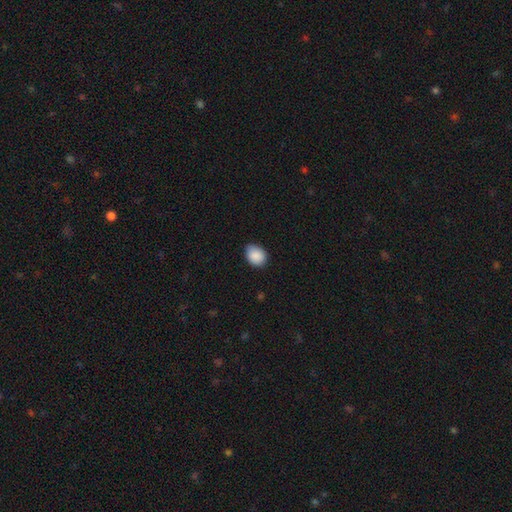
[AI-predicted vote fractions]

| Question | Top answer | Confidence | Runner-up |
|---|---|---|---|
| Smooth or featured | smooth | 89% | star or artifact (7%) |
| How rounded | in between | 55% | round (45%) |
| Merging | none | 72% | minor disturbance (24%) |